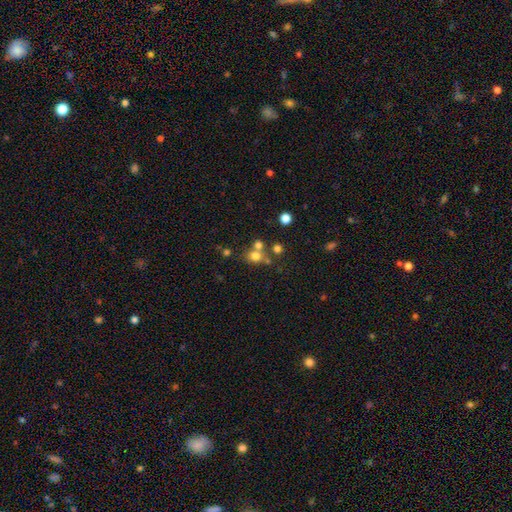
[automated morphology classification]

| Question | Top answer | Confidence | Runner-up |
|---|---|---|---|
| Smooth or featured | smooth | 71% | star or artifact (17%) |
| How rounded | round | 74% | in between (25%) |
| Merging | none | 52% | merger (34%) |